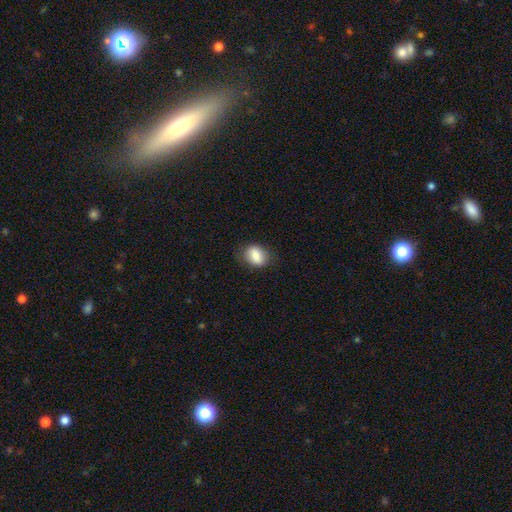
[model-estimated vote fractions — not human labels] Q: Smooth or featured?
A: smooth (83%); runner-up: featured or disk (9%)
Q: How rounded?
A: in between (70%); runner-up: round (29%)
Q: Merging?
A: none (77%); runner-up: minor disturbance (17%)